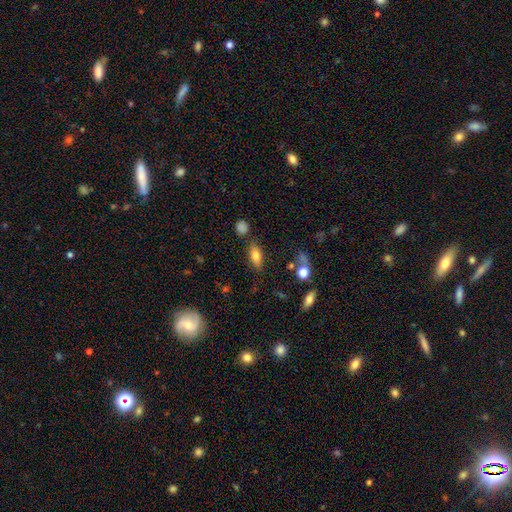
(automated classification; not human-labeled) smooth 77%, featured or disk 14%, star or artifact 8%. Down the decision tree: how rounded — in between (79%); merging — none (76%).